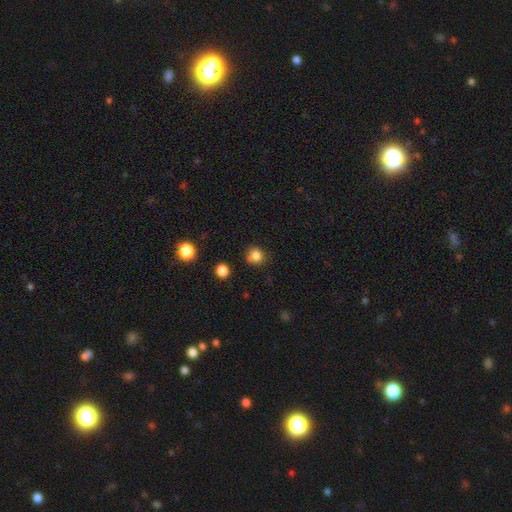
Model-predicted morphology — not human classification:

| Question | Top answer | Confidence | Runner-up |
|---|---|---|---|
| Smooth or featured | smooth | 81% | star or artifact (13%) |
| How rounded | round | 83% | in between (16%) |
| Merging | none | 70% | minor disturbance (18%) |